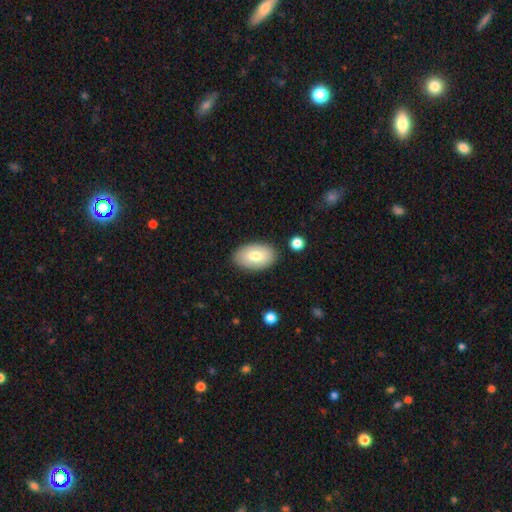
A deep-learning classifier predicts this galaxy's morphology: A smooth galaxy with no disk features (75%) that is in between round and cigar-shaped (93%). Merging: none (86%).